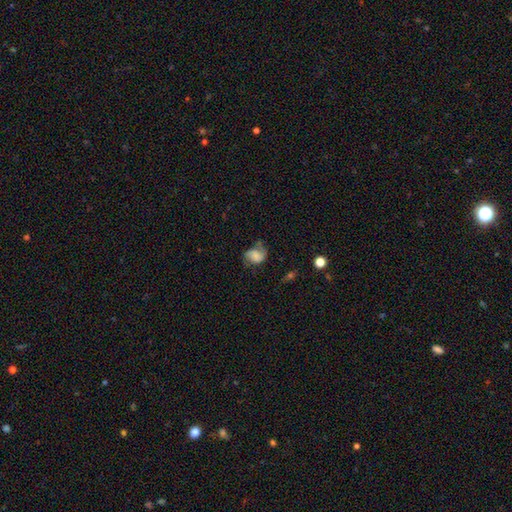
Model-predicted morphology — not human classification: This appears to be a smooth galaxy with no disk features (51%) that is in between round and cigar-shaped (59%). Merging: none (44%).